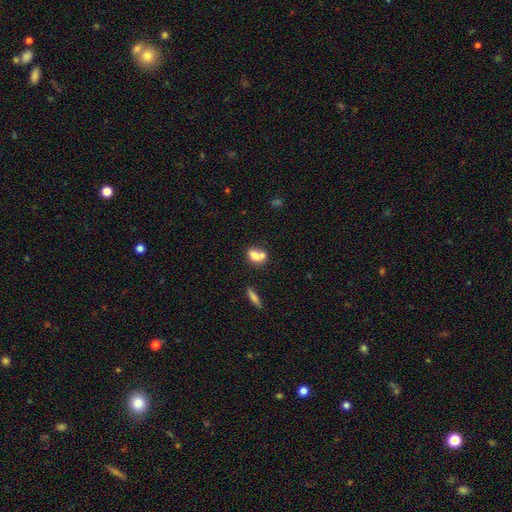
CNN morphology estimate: Smooth or featured? Predicted: smooth (p=0.72). How rounded? Predicted: in between (p=0.68). Merging? Predicted: merger (p=0.52).